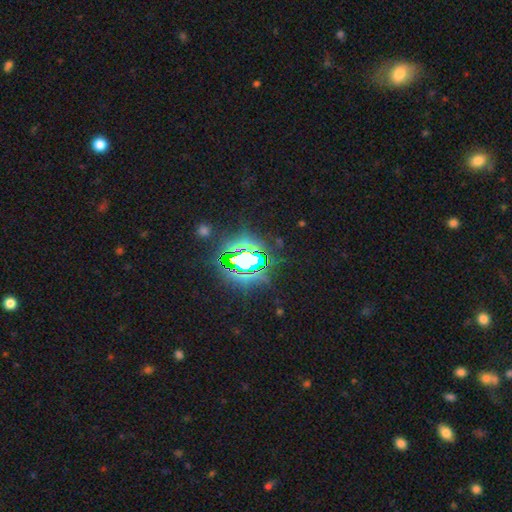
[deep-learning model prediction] Smooth or featured? star or artifact (83%)